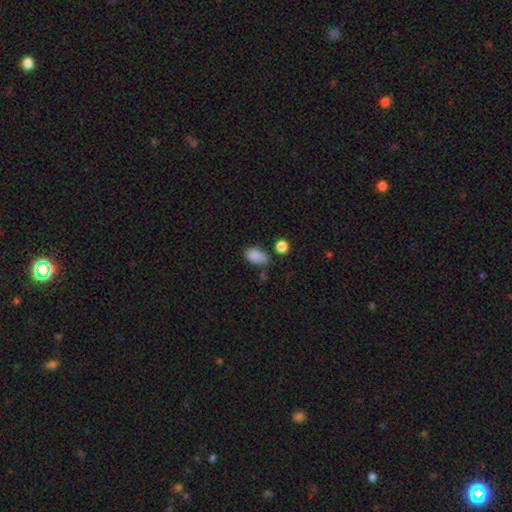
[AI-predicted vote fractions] This appears to be a smooth galaxy with no disk features (85%) that is in between round and cigar-shaped (89%). Merging: none (54%).